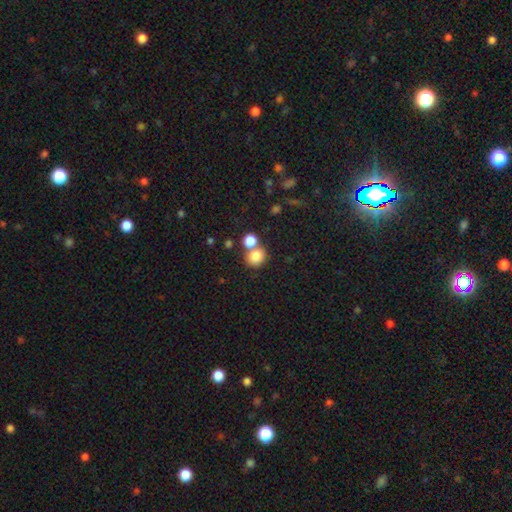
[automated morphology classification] smooth-or-featured: smooth: 81% | star or artifact: 12% | featured or disk: 8%
  how-rounded: round: 81% | in between: 18% | cigar-shaped: 1%
  merging: none: 54% | merger: 34% | minor disturbance: 9% | major disturbance: 3%